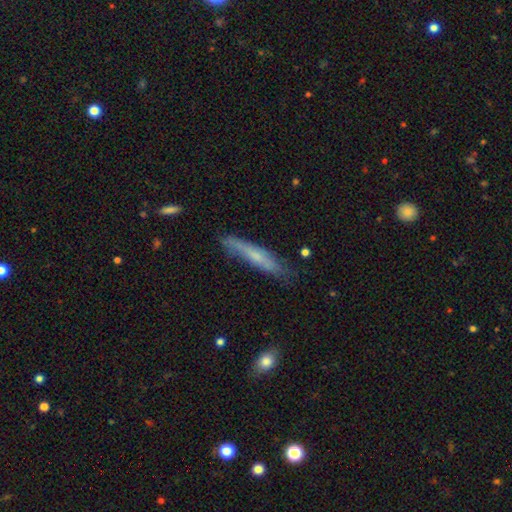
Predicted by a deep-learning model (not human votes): Smooth or featured: smooth — 53% (featured or disk — 41%)
How rounded: cigar-shaped — 91% (in between — 7%)
Merging: none — 73% (minor disturbance — 21%)